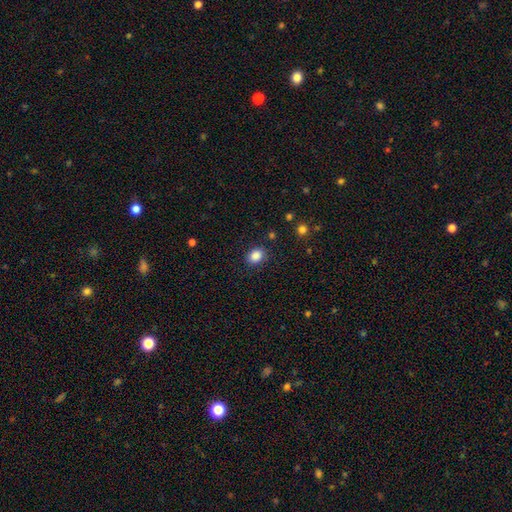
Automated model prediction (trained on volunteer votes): smooth_or_featured: smooth (p=0.87) [alt: star or artifact p=0.10]
how_rounded: in between (p=0.53) [alt: round p=0.46]
merging: none (p=0.86) [alt: minor disturbance p=0.10]